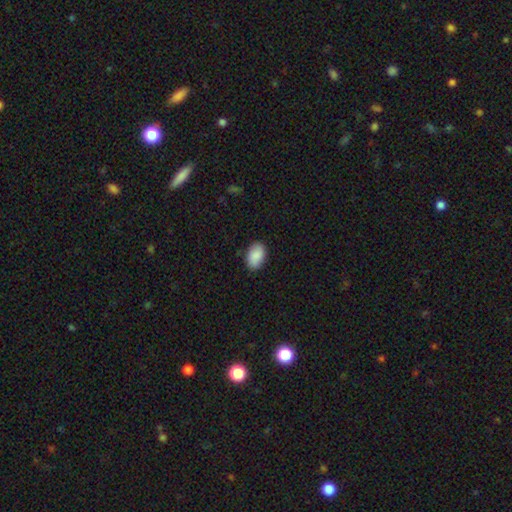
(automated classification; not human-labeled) A smooth galaxy with no disk features (88%) that is in between round and cigar-shaped (89%).

Vote fractions:
- Smooth or featured? smooth: 88% / star or artifact: 6% / featured or disk: 6%
- How rounded? in between: 89% / round: 9% / cigar-shaped: 1%
- Merging? none: 86% / minor disturbance: 11% / major disturbance: 2% / merger: 1%